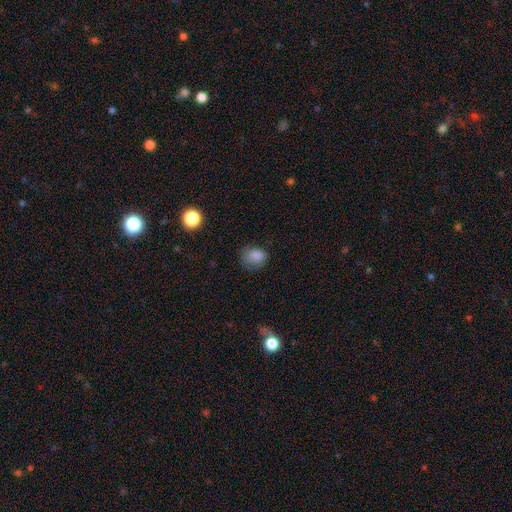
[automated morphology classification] type=smooth (82%); roundness=round (57%); merging=none (61%).